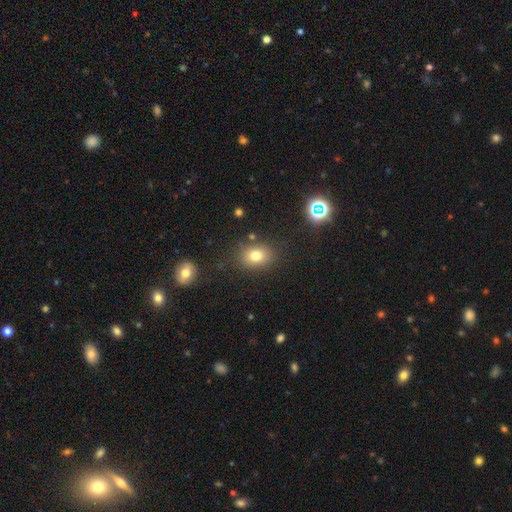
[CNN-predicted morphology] smooth_or_featured: smooth (p=0.76) [alt: star or artifact p=0.14]
how_rounded: in between (p=0.58) [alt: round p=0.41]
merging: none (p=0.80) [alt: minor disturbance p=0.12]